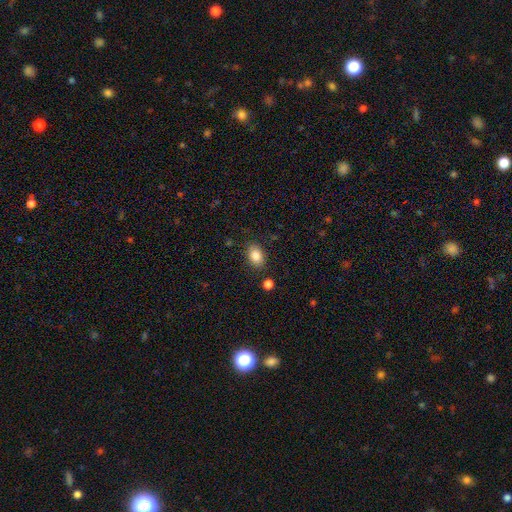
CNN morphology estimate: The model was most divided on "how rounded": in between: 79%, round: 20%, cigar-shaped: 1%. More confident: smooth or featured — smooth (86%); merging — none (84%).